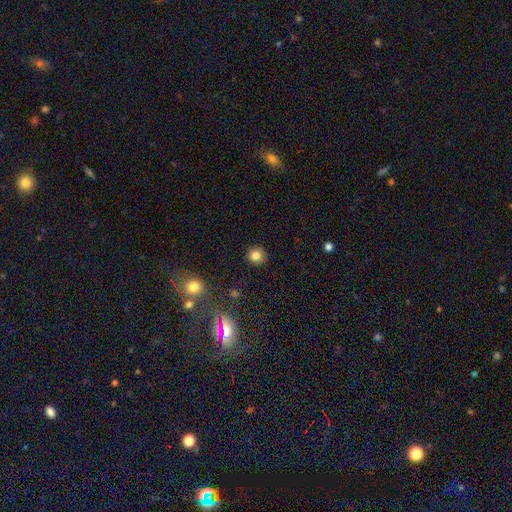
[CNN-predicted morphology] Smooth or featured? Predicted: smooth (p=0.82). How rounded? Predicted: round (p=0.92). Merging? Predicted: none (p=0.91).